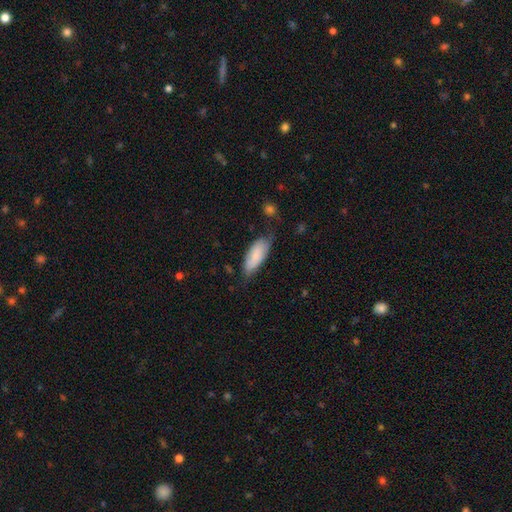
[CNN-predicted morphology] This appears to be a smooth galaxy with no disk features (79%) that is in between round and cigar-shaped (79%). Merging: none (54%).